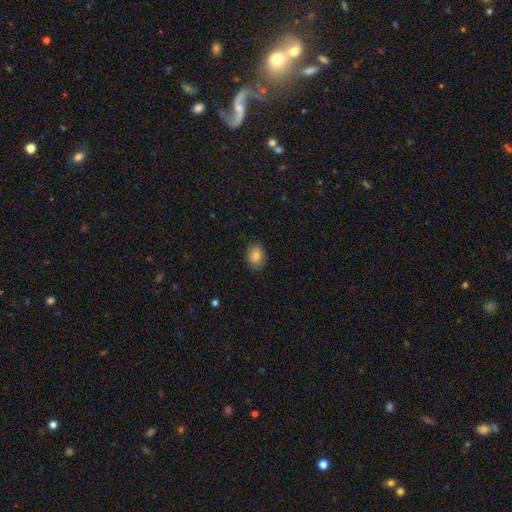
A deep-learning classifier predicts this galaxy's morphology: Smooth or featured? smooth (82%)
How rounded? in between (55%)
Merging? none (84%)